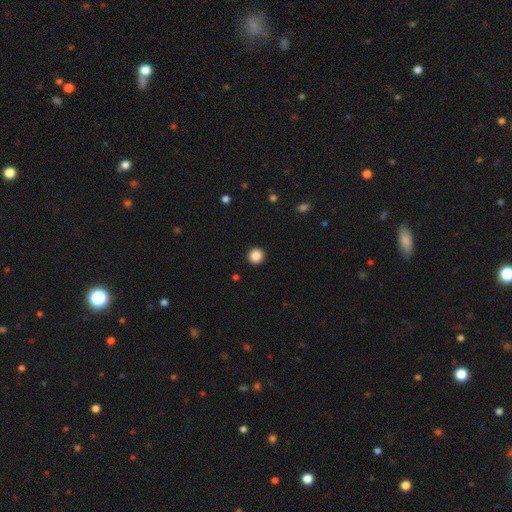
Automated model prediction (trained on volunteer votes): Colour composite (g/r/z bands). It shows a smooth galaxy with no disk features (87%) that is round (95%). Merging: none (94%).